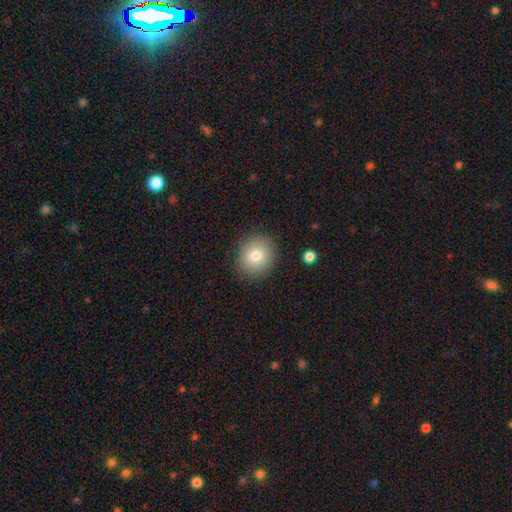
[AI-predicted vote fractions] Smooth or featured? Predicted: smooth (p=0.79). How rounded? Predicted: round (p=0.80). Merging? Predicted: none (p=0.89).